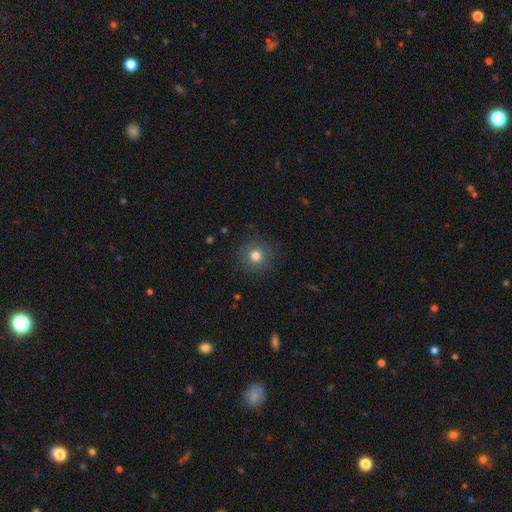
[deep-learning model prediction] smooth-or-featured: smooth: 79% | star or artifact: 12% | featured or disk: 9%
  how-rounded: round: 94% | in between: 5% | cigar-shaped: 1%
  merging: none: 88% | minor disturbance: 8% | major disturbance: 3% | merger: 1%